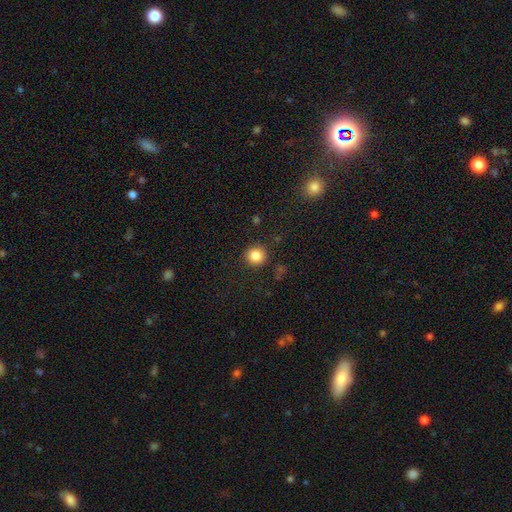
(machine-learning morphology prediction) Smooth or featured? Predicted: smooth (p=0.85). How rounded? Predicted: round (p=0.92). Merging? Predicted: none (p=0.89).